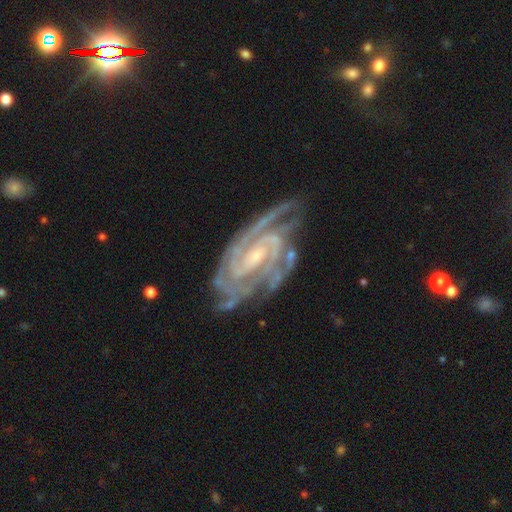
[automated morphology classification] Overall: featured or disk (92%). Edge-on disk: no (96%). Bar: weak (46%; no 33%). Spiral arms: yes (98%). Spiral arm count: 2 (29%; 3 26%). Spiral winding: tight (69%). Bulge size: small (68%). Merging: none (69%).